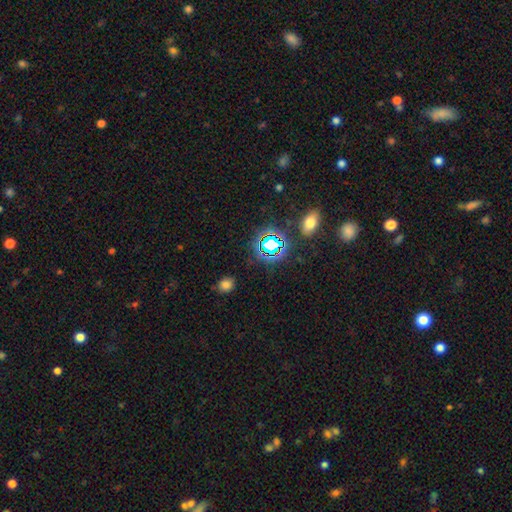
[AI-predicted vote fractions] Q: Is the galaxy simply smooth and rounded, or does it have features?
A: star or artifact — 67%.